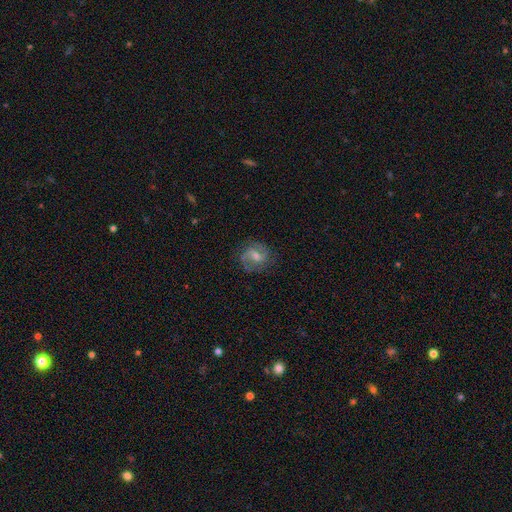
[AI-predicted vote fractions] Morphology: type=featured or disk (76%); edge-on=no (97%); bar=weak (54%); spiral arms=yes (94%); winding=medium (50%); arm count=2 (81%); bulge=moderate (51%); merging=none (80%).